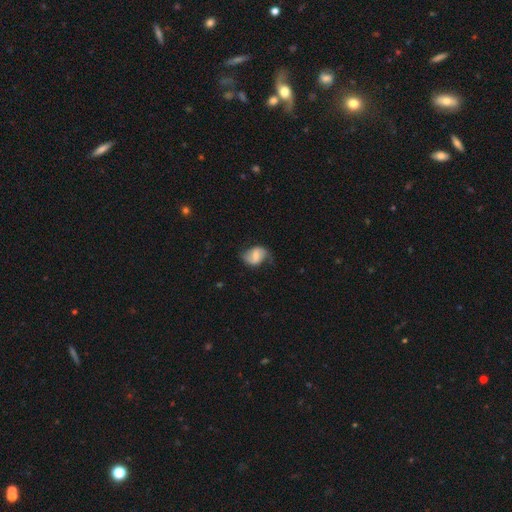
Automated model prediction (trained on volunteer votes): Smooth or featured: featured or disk — 52% (smooth — 40%)
Edge-on disk: no — 97% (yes — 3%)
Bar: weak — 47% (strong — 28%)
Spiral arms: yes — 82% (no — 18%)
Bulge size: small — 41% (moderate — 39%)
Merging: none — 60% (minor disturbance — 28%)